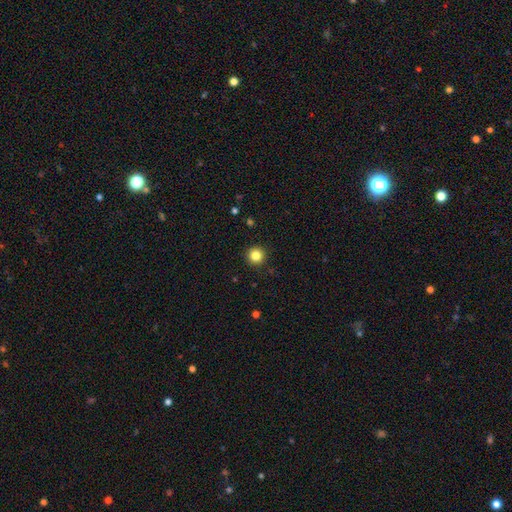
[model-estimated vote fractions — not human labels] smooth 84%, star or artifact 11%, featured or disk 5%. Down the decision tree: how rounded — round (96%); merging — none (93%).